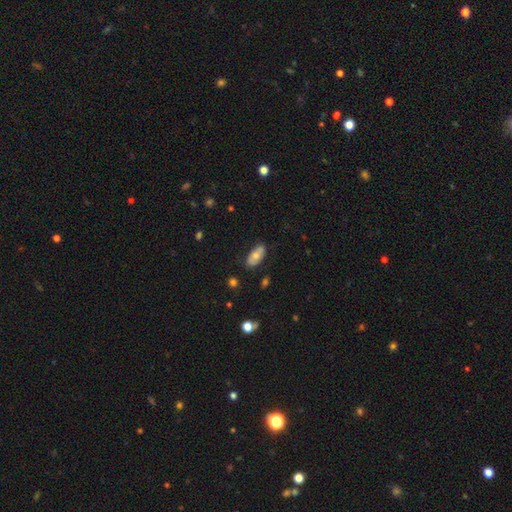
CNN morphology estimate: type=smooth (64%); roundness=in between (90%); merging=none (76%).